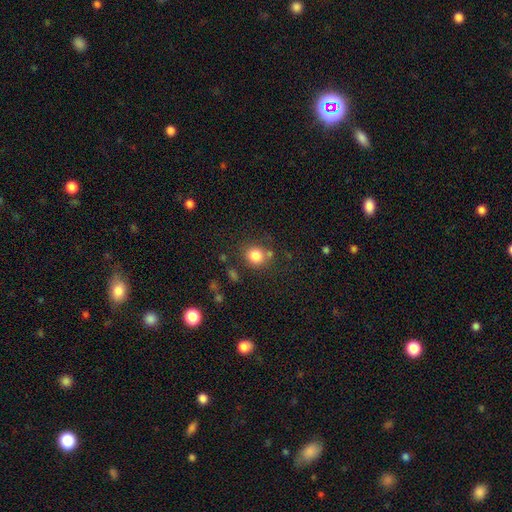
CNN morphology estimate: This appears to be a smooth galaxy with no disk features (82%) that is round (82%). Merging: none (72%).